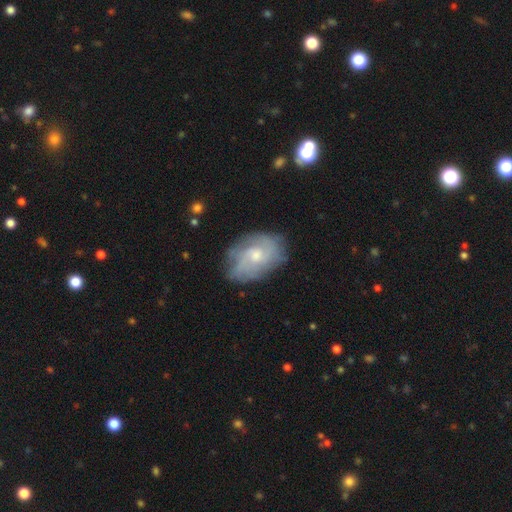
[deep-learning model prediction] Smooth or featured?
  - featured or disk: 66% *
  - smooth: 27%
  - star or artifact: 7%
Edge-on disk?
  - no: 96% *
  - yes: 4%
Bar?
  - no: 70% *
  - weak: 27%
  - strong: 3%
Spiral arms?
  - yes: 82% *
  - no: 18%
Spiral winding?
  - tight: 41% *
  - medium: 39%
  - loose: 21%
Spiral arm count?
  - can't tell: 45% *
  - 2: 25%
  - 3: 14%
  - 4: 6%
  - 1: 5%
  - more than 4: 4%
Bulge size?
  - moderate: 56% *
  - small: 36%
  - large: 4%
  - none: 3%
  - dominant: 1%
Merging?
  - none: 69% *
  - minor disturbance: 22%
  - major disturbance: 8%
  - merger: 2%